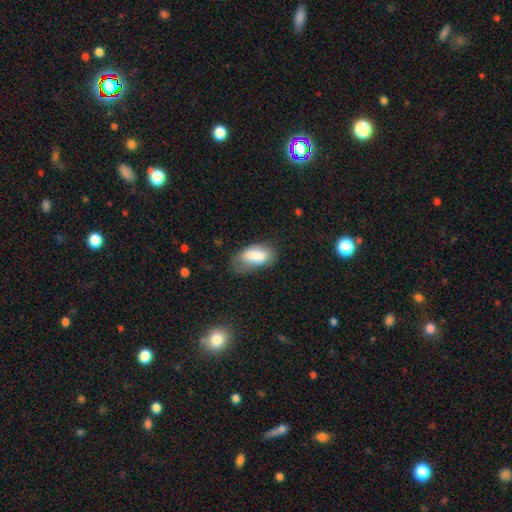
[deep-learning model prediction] This is likely a smooth galaxy (78%). How rounded: clearly in between (91%). Merging: possibly none (48%).